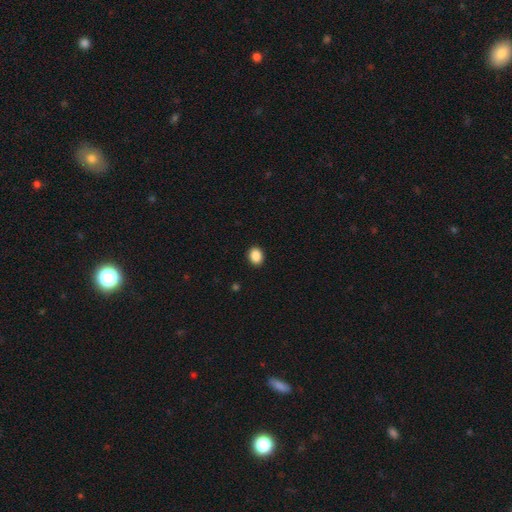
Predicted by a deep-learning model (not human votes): smooth 89%, star or artifact 9%, featured or disk 3%. Down the decision tree: how rounded — round (51%); merging — none (92%).